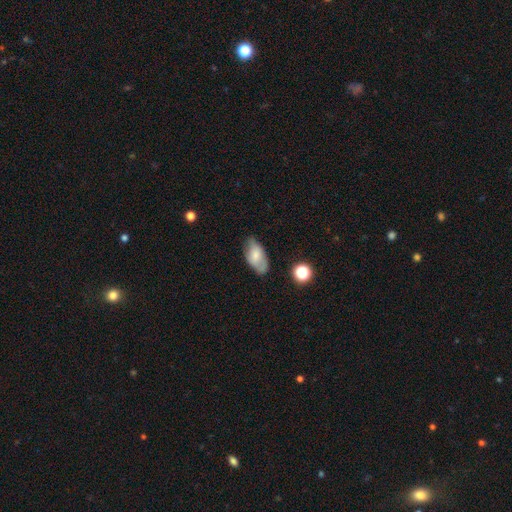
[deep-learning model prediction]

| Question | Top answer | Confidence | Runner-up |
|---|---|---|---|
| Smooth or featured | smooth | 69% | featured or disk (23%) |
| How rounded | in between | 92% | round (4%) |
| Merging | none | 64% | minor disturbance (27%) |